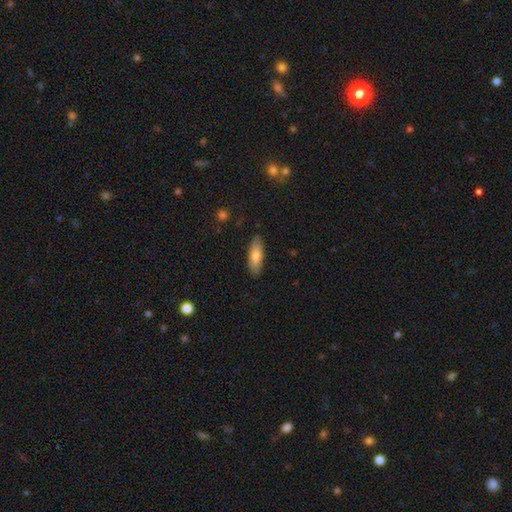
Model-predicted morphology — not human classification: Smooth or featured? Predicted: smooth (p=0.74). How rounded? Predicted: in between (p=0.66). Merging? Predicted: none (p=0.86).